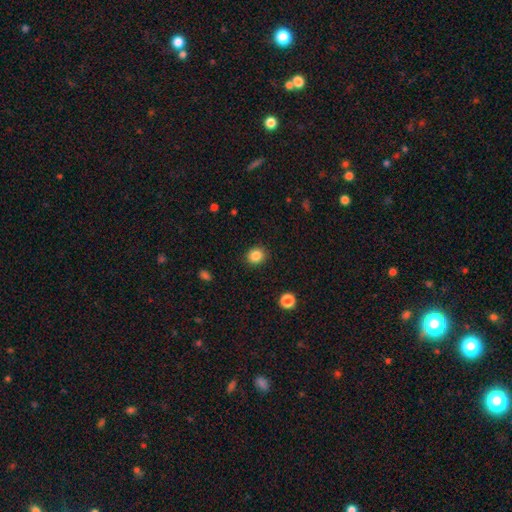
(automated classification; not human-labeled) Morphology: type=smooth (85%); roundness=round (81%); merging=none (90%).